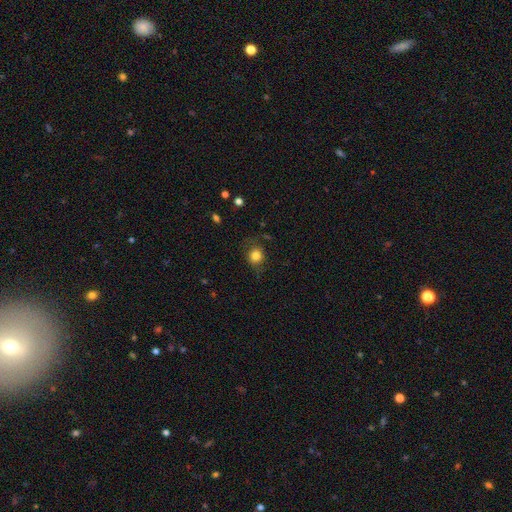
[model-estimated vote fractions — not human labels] smooth_or_featured: smooth (p=0.79) [alt: star or artifact p=0.11]
how_rounded: round (p=0.80) [alt: in between p=0.19]
merging: none (p=0.70) [alt: minor disturbance p=0.20]